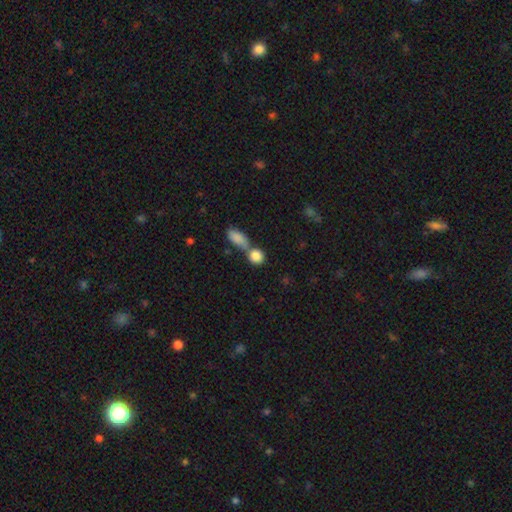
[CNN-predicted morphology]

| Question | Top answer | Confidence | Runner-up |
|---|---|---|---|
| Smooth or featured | smooth | 85% | star or artifact (8%) |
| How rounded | round | 72% | in between (25%) |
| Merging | merger | 49% | none (39%) |